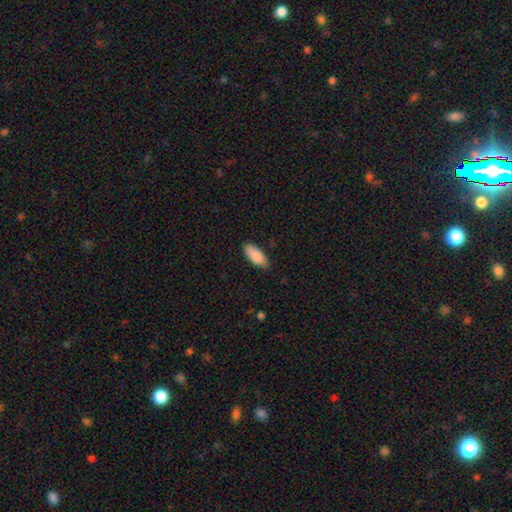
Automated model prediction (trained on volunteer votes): Smooth or featured? Predicted: smooth (p=0.89). How rounded? Predicted: in between (p=0.85). Merging? Predicted: none (p=0.86).